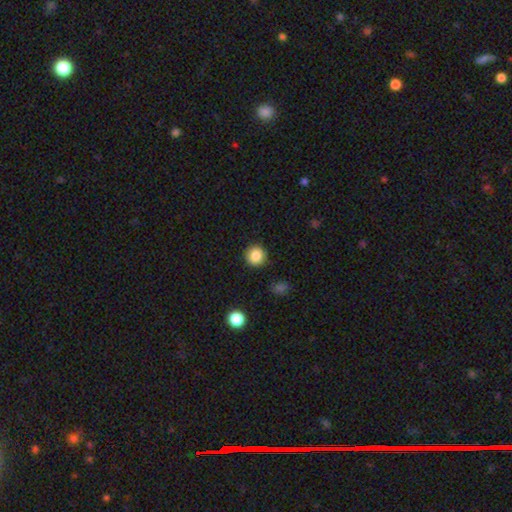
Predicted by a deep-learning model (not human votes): Smooth or featured? smooth (85%)
How rounded? round (93%)
Merging? none (91%)